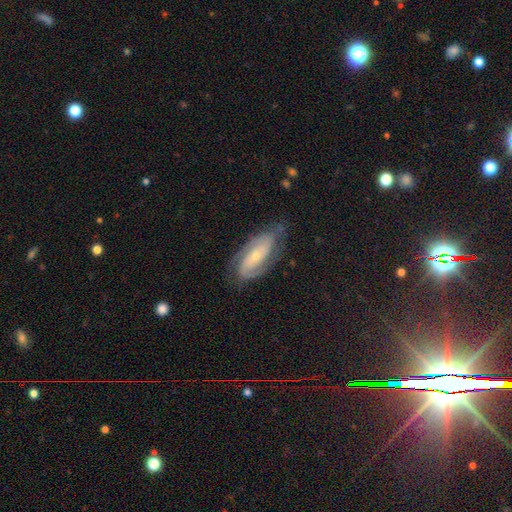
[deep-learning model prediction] This is clearly a featured or disk galaxy (82%). It is clearly not viewed edge-on (93%). Bar: possibly no (53%). Spiral arm pattern: clearly yes (95%). Spiral arm count: likely 2 (72%). Spiral winding: possibly tight (47%). Central bulge: likely small (70%). Merging: likely none (72%).